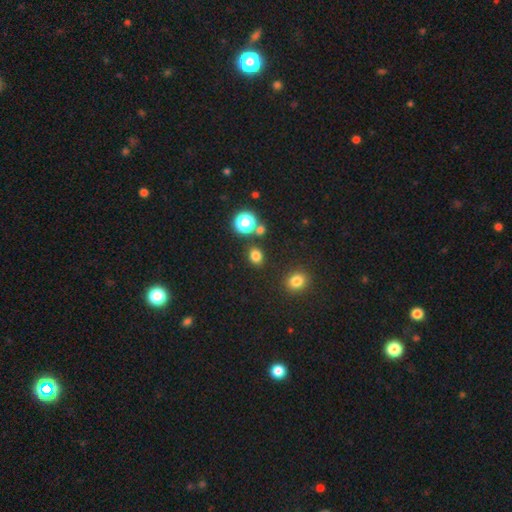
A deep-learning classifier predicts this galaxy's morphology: Smooth or featured? Predicted: smooth (p=0.77). How rounded? Predicted: round (p=0.62). Merging? Predicted: none (p=0.82).